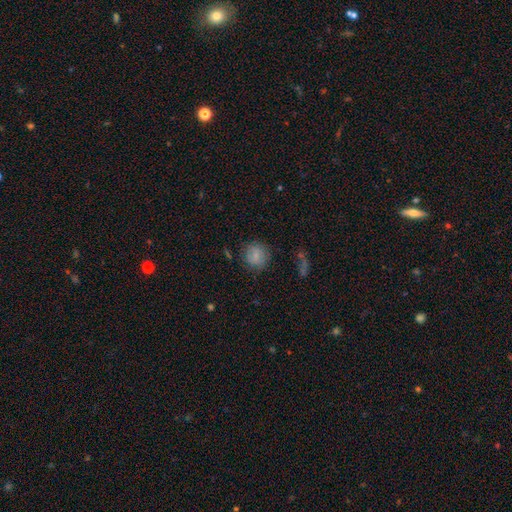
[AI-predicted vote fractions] Smooth or featured?
  - smooth: 79% *
  - featured or disk: 12%
  - star or artifact: 9%
How rounded?
  - round: 85% *
  - in between: 14%
  - cigar-shaped: 1%
Merging?
  - none: 77% *
  - minor disturbance: 15%
  - major disturbance: 6%
  - merger: 2%